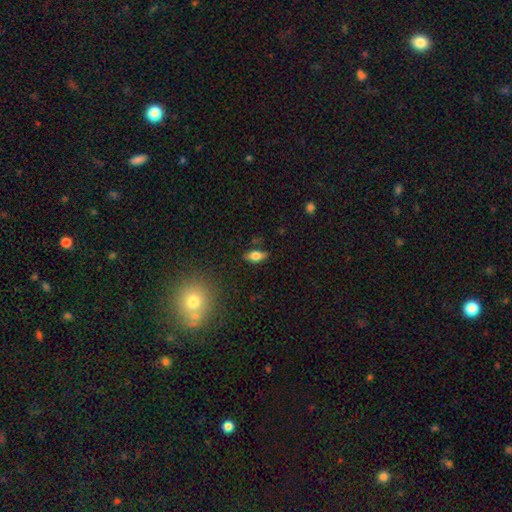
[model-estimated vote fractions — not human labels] The model was most divided on "smooth or featured": smooth: 67%, featured or disk: 24%, star or artifact: 9%. More confident: merging — none (84%); how rounded — in between (83%).